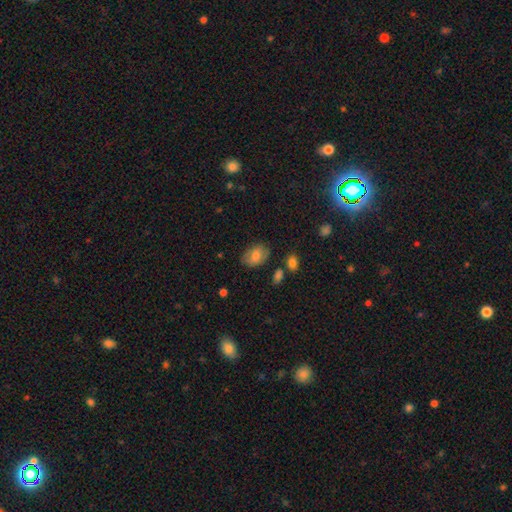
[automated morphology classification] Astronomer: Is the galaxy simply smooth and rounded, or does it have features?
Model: smooth — 72%.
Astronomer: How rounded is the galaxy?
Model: in between — 82%.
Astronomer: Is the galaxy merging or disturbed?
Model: none — 75%.